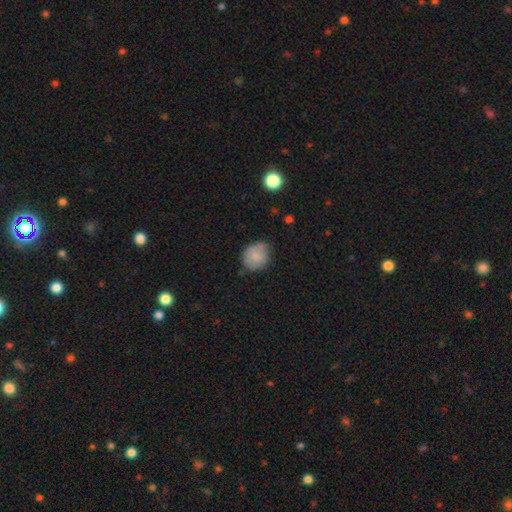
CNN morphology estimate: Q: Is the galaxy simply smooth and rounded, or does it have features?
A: smooth — 80%.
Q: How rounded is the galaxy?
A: round — 69%.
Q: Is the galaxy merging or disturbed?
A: none — 64%.